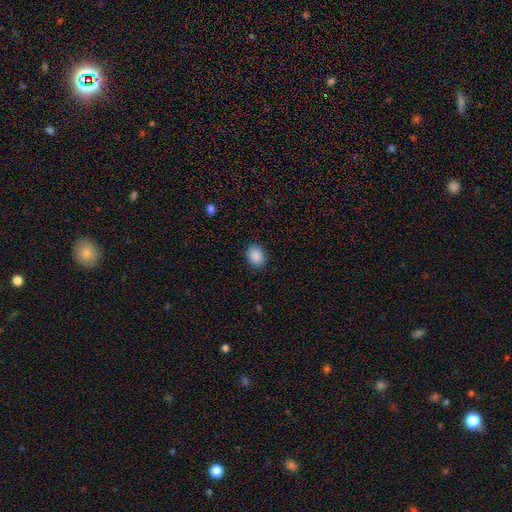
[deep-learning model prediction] Overall: smooth (89%). How rounded: in between (54%; round 45%). Merging: none (90%).